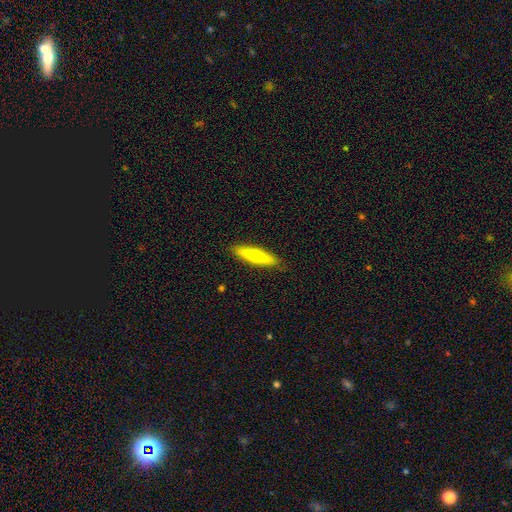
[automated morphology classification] The model was most divided on "smooth or featured": smooth: 54%, featured or disk: 41%, star or artifact: 6%. More confident: merging — none (89%); how rounded — cigar-shaped (80%).